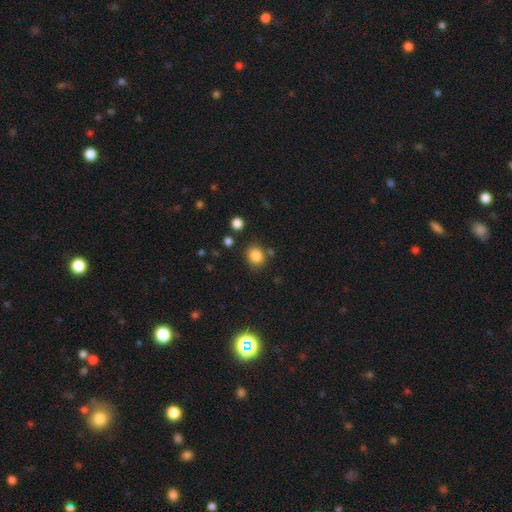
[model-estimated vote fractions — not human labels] Smooth or featured: smooth — 84% (star or artifact — 11%)
How rounded: round — 69% (in between — 30%)
Merging: none — 78% (minor disturbance — 12%)